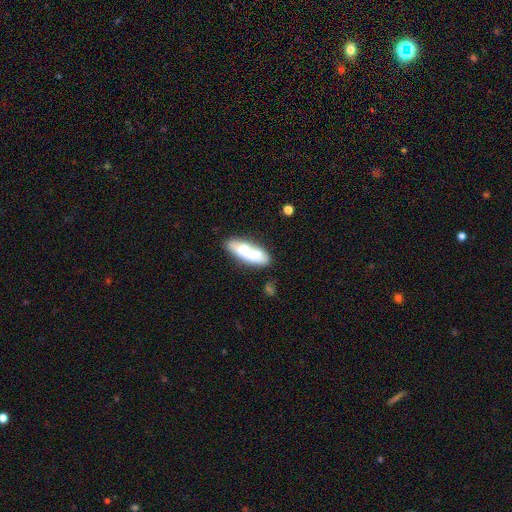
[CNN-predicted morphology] type=smooth (61%); roundness=in between (69%); merging=none (46%).